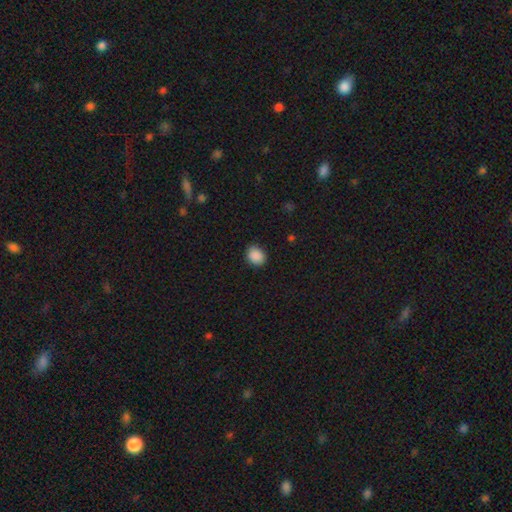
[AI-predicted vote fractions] Smooth or featured? Predicted: smooth (p=0.89). How rounded? Predicted: round (p=0.60). Merging? Predicted: none (p=0.86).